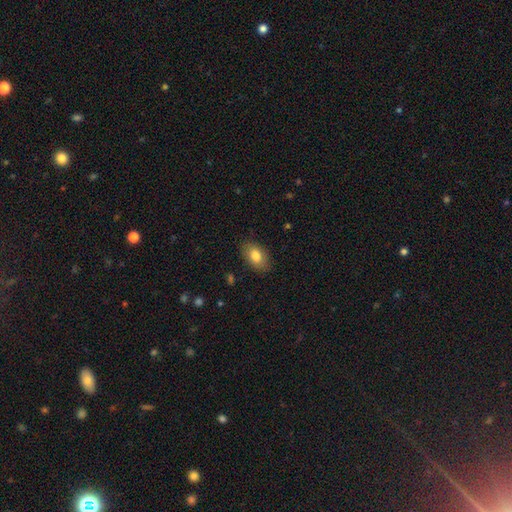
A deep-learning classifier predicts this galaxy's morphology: Smooth or featured?
  - smooth: 81% *
  - featured or disk: 11%
  - star or artifact: 7%
How rounded?
  - in between: 89% *
  - round: 9%
  - cigar-shaped: 2%
Merging?
  - none: 85% *
  - minor disturbance: 11%
  - major disturbance: 3%
  - merger: 1%